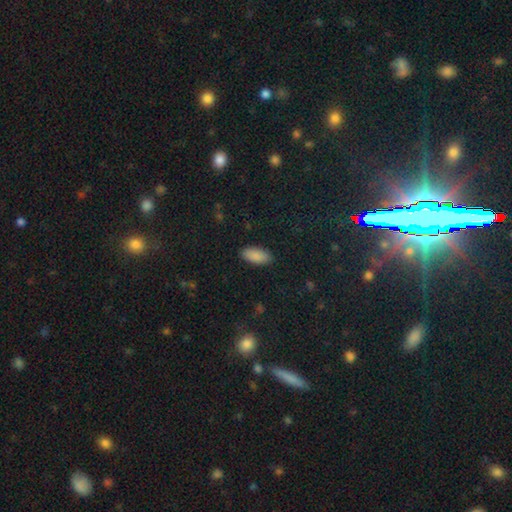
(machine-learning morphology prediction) The model was most divided on "merging": none: 89%, minor disturbance: 8%, major disturbance: 2%, merger: 1%. More confident: how rounded — in between (90%); smooth or featured — smooth (89%).